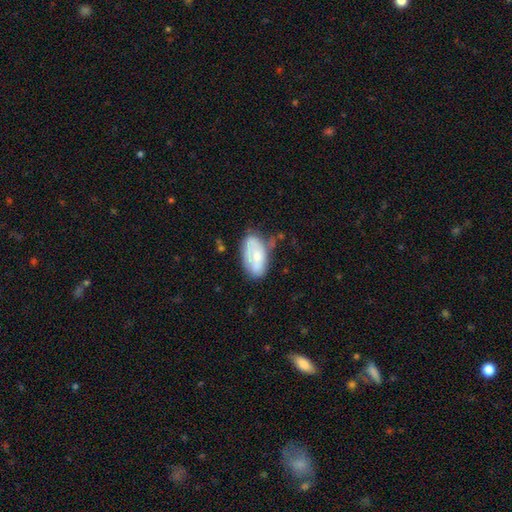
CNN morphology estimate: smooth 56%, featured or disk 37%, star or artifact 6%. Down the decision tree: how rounded — in between (93%); merging — none (52%).